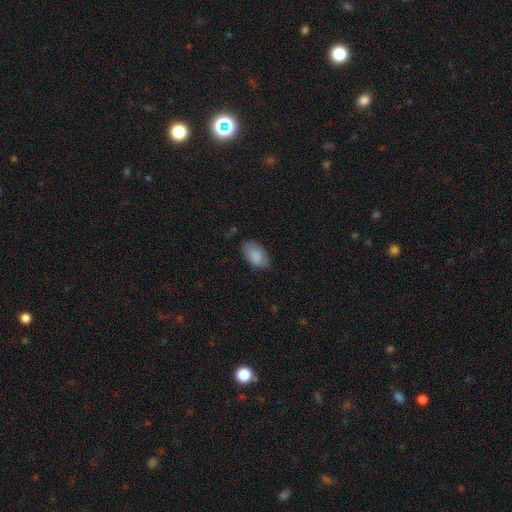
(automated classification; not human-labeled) Overall: smooth (87%). How rounded: in between (93%). Merging: none (74%).